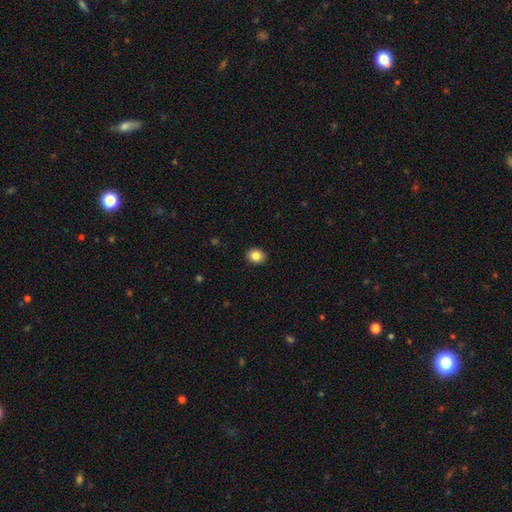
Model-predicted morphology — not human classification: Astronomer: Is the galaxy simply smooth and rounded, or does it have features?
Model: smooth — 85%.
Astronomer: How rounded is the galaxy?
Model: round — 57% (runner-up: in between, 42%).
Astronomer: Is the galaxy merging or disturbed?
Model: none — 91%.